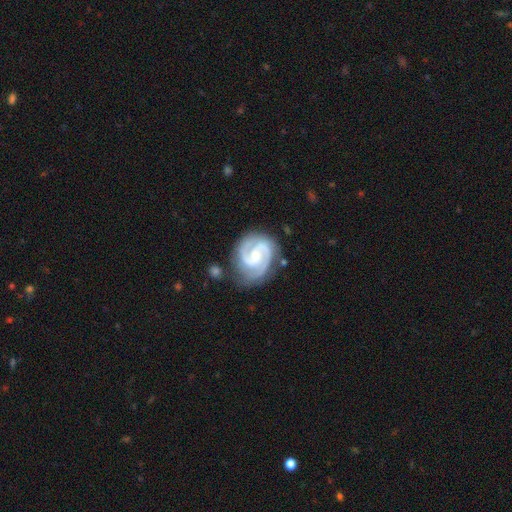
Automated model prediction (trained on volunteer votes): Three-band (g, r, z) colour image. It shows a featured or disk galaxy (92%) with no bar (45%), 2 (81%) tight (52%) spiral arms (98%) and a small central bulge (56%). Merging: none (76%).